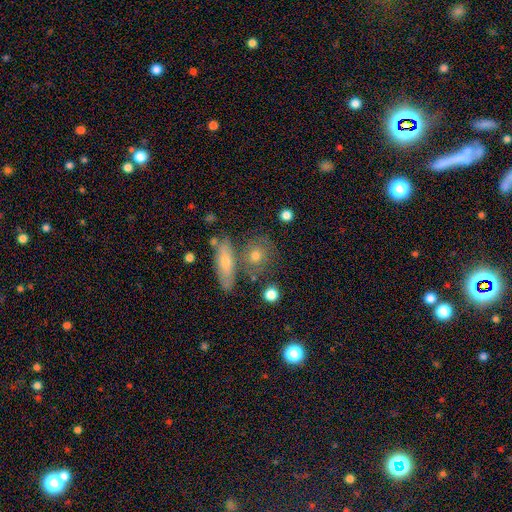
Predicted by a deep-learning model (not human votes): Q: Smooth or featured?
A: smooth (68%); runner-up: featured or disk (22%)
Q: How rounded?
A: round (60%); runner-up: in between (30%)
Q: Merging?
A: none (61%); runner-up: merger (20%)